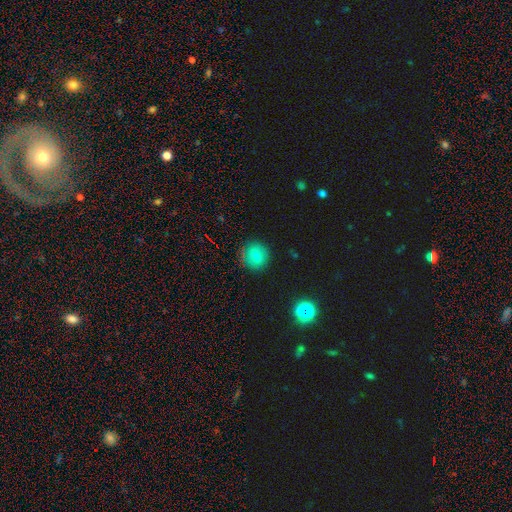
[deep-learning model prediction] Morphology: type=smooth (72%); roundness=round (87%); merging=none (86%).